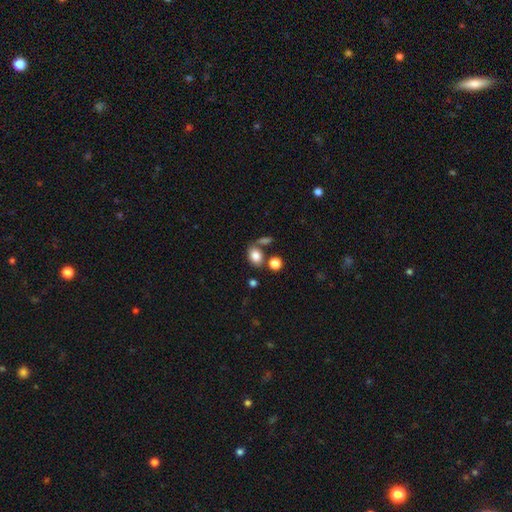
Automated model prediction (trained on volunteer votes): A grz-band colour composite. It shows a smooth galaxy with no disk features (82%) that is in between round and cigar-shaped (69%). Merging: none (63%).